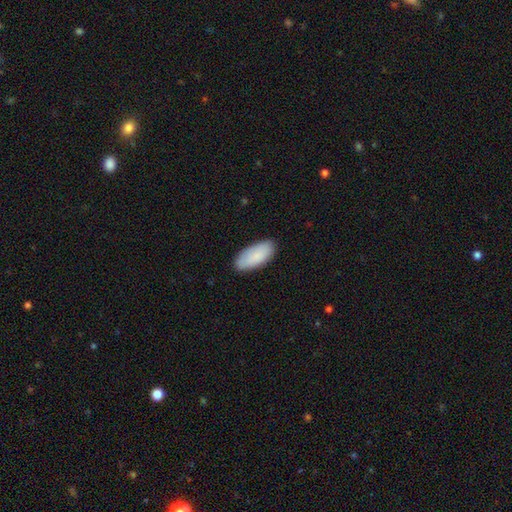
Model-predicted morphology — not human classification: A smooth galaxy with no disk features (86%) that is in between round and cigar-shaped (88%).

Vote fractions:
- Smooth or featured? smooth: 86% / featured or disk: 8% / star or artifact: 6%
- How rounded? in between: 88% / cigar-shaped: 11% / round: 2%
- Merging? none: 85% / minor disturbance: 12% / major disturbance: 2% / merger: 1%